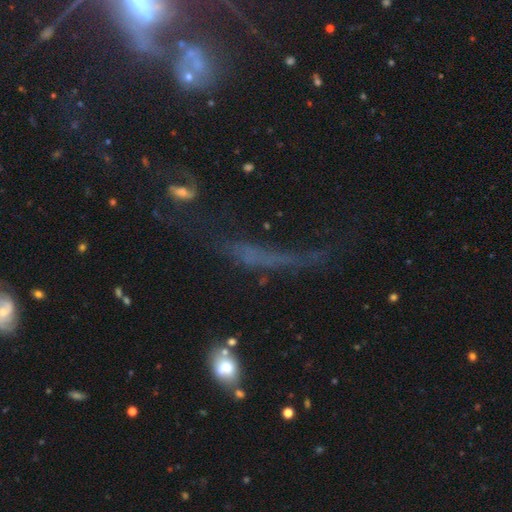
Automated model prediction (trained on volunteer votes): smooth_or_featured: smooth (p=0.34) [alt: featured or disk p=0.33]
merging: major disturbance (p=0.39) [alt: none p=0.33]